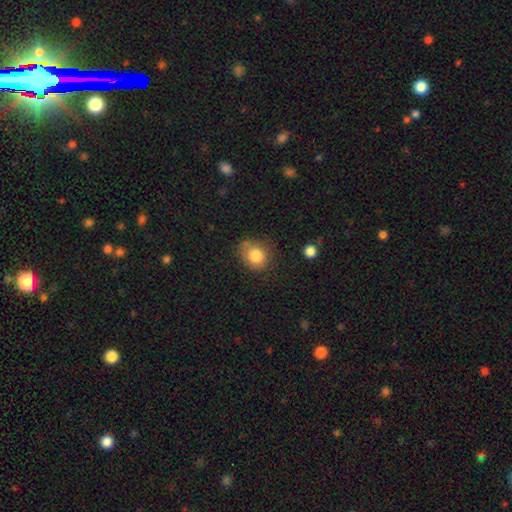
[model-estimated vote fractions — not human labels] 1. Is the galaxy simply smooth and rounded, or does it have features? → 81% smooth, 9% star or artifact, 9% featured or disk.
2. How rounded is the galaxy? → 71% round, 28% in between, 1% cigar-shaped.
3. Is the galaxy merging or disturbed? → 63% none, 25% minor disturbance, 8% major disturbance, 5% merger.